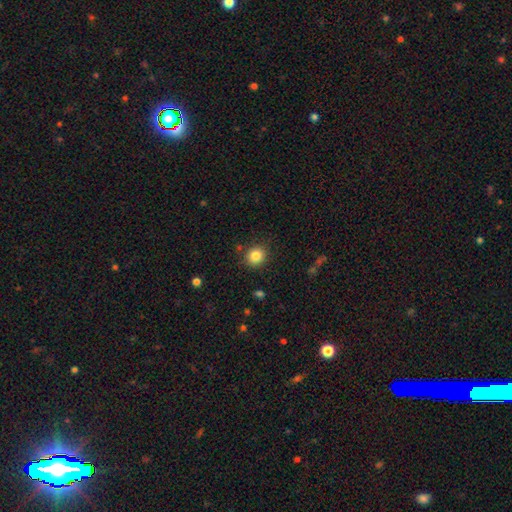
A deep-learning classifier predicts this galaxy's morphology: This is clearly a smooth galaxy (85%). How rounded: clearly round (83%). Merging: clearly none (87%).